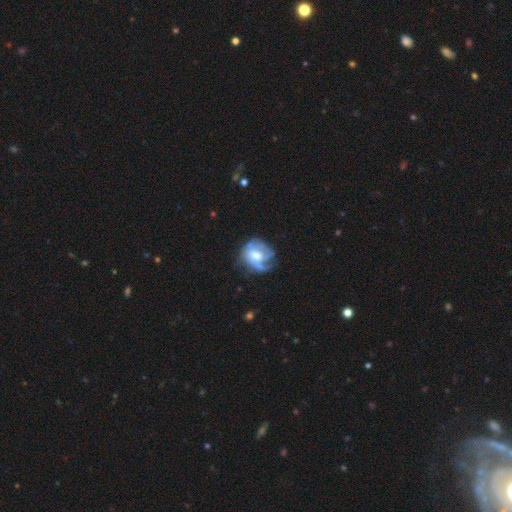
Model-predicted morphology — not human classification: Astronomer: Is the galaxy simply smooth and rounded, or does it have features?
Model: featured or disk — 64%.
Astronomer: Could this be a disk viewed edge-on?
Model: no — 98%.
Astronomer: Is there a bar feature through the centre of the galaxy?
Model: no — 63%.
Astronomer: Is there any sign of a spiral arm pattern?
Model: yes — 65%.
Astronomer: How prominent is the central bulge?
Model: moderate — 60%.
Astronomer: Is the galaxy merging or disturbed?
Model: none — 44% (runner-up: major disturbance, 27%).